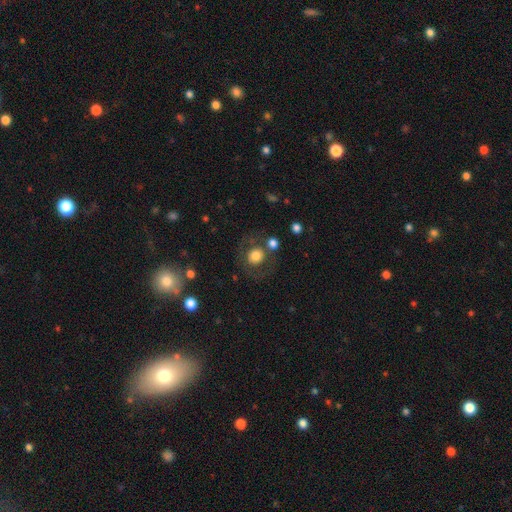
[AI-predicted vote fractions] This is likely a smooth galaxy (71%). How rounded: clearly round (87%). Merging: likely none (72%).